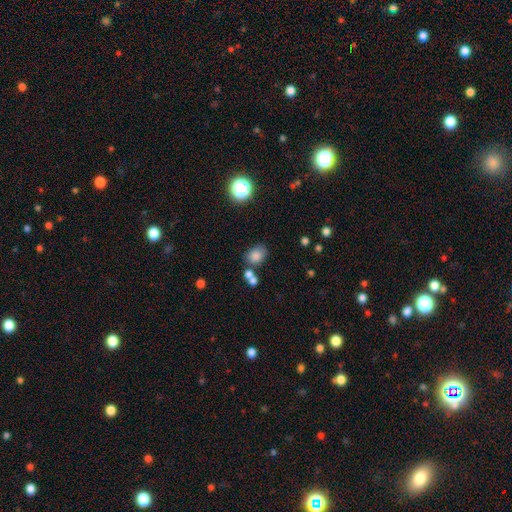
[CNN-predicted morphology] Smooth or featured: smooth — 79% (star or artifact — 13%)
How rounded: in between — 64% (round — 35%)
Merging: none — 57% (merger — 21%)